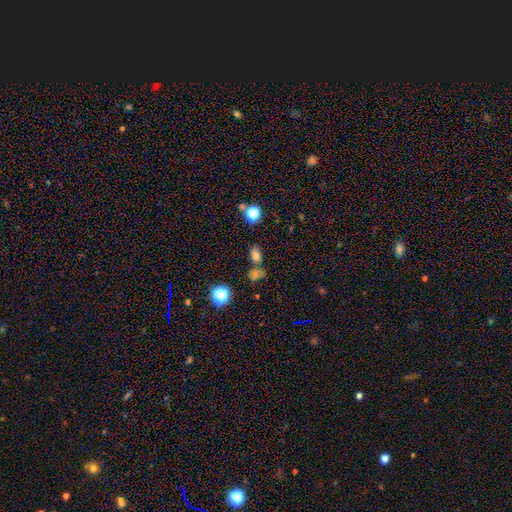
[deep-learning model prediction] Smooth or featured? smooth (68%)
How rounded? in between (71%)
Merging? none (56%)